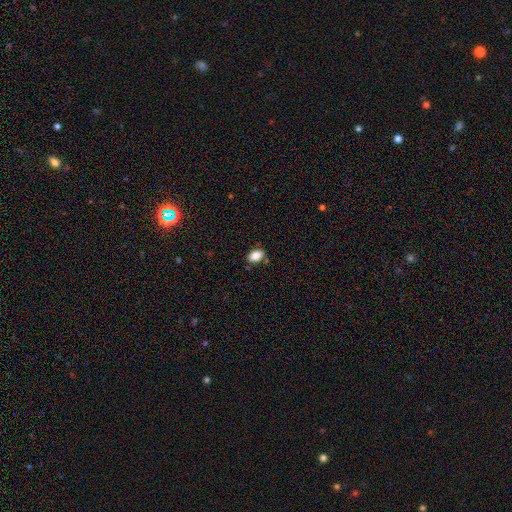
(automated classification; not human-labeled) A smooth galaxy with no disk features (85%) that is in between round and cigar-shaped (88%). Merging: none (77%).